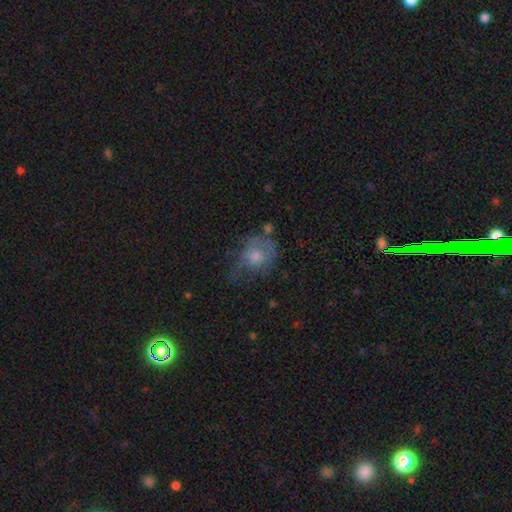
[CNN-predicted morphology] Smooth or featured? featured or disk (44%, tied with smooth)
Merging? none (39%)